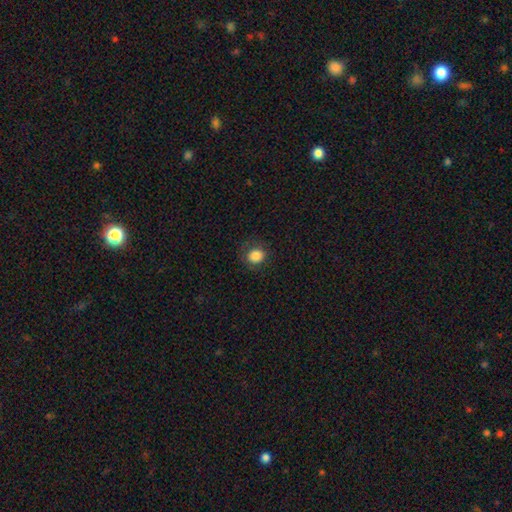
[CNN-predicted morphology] Smooth or featured? smooth (84%)
How rounded? round (79%)
Merging? none (82%)